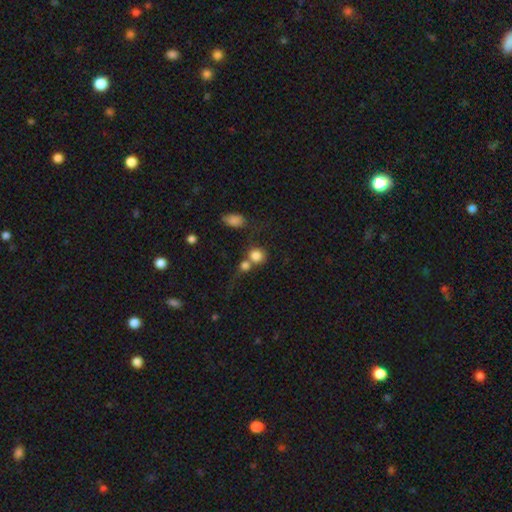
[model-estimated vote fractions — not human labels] This is clearly a smooth galaxy (81%). How rounded: likely round (77%). Merging: possibly merger (45%).